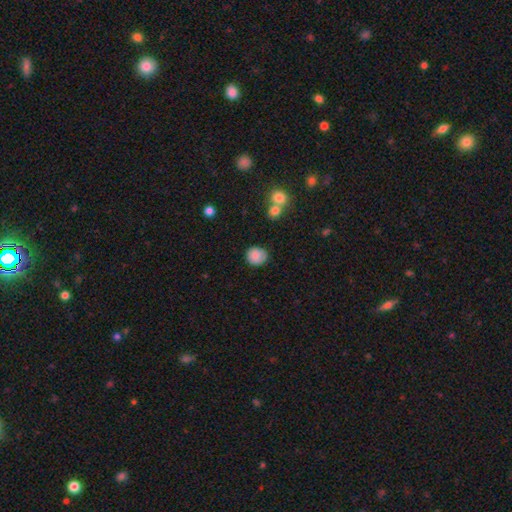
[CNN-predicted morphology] Smooth or featured? smooth (84%)
How rounded? round (84%)
Merging? none (78%)